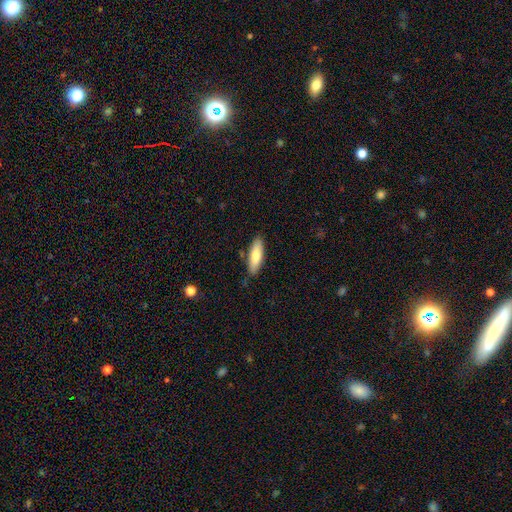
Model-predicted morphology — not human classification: type=smooth (75%); roundness=in between (57%); merging=none (82%).